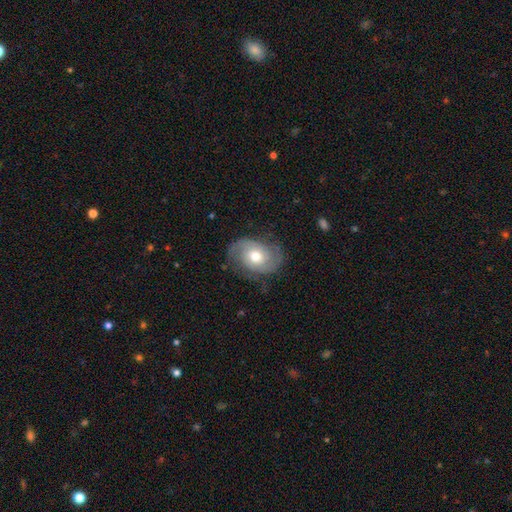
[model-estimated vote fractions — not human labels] Smooth or featured: featured or disk — 76% (smooth — 18%)
Edge-on disk: no — 97% (yes — 3%)
Bar: no — 76% (weak — 19%)
Spiral arms: yes — 90% (no — 10%)
Spiral winding: tight — 47% (medium — 38%)
Spiral arm count: 2 — 78% (can't tell — 12%)
Bulge size: moderate — 73% (small — 18%)
Merging: none — 76% (minor disturbance — 17%)